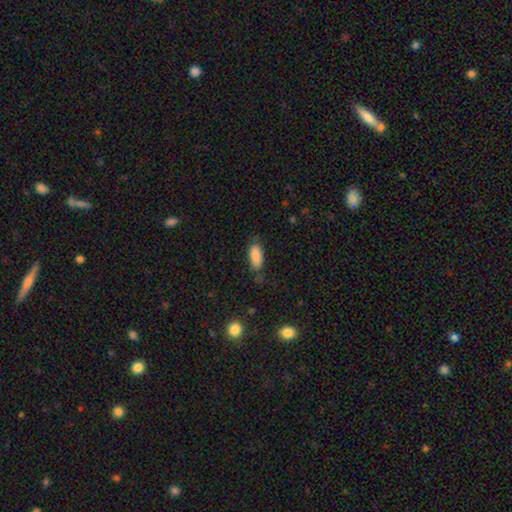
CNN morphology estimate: Overall: smooth (86%). How rounded: in between (81%). Merging: none (70%).